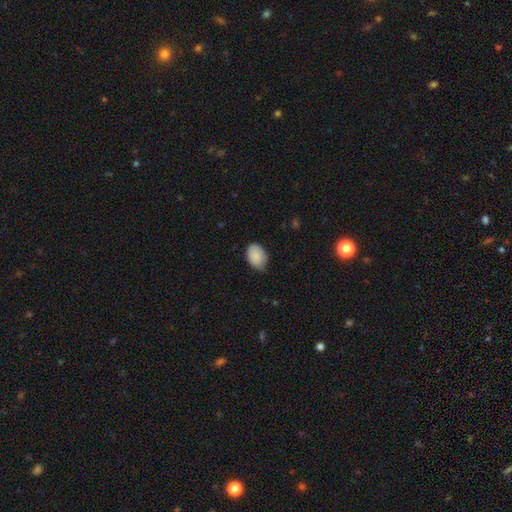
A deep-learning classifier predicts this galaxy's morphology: Q: Smooth or featured?
A: smooth (88%); runner-up: star or artifact (7%)
Q: How rounded?
A: in between (80%); runner-up: round (19%)
Q: Merging?
A: none (60%); runner-up: minor disturbance (34%)